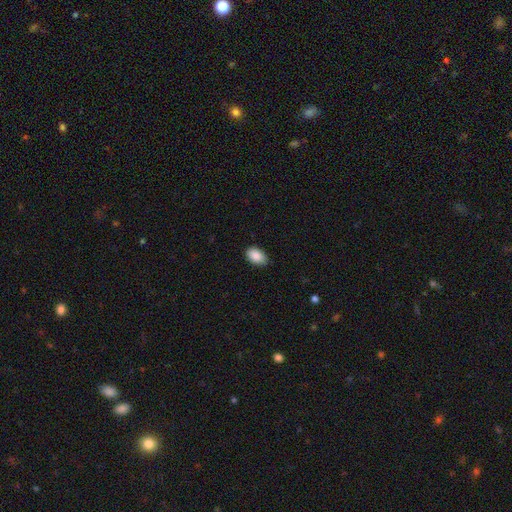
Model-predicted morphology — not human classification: type=smooth (89%); roundness=in between (92%); merging=none (83%).